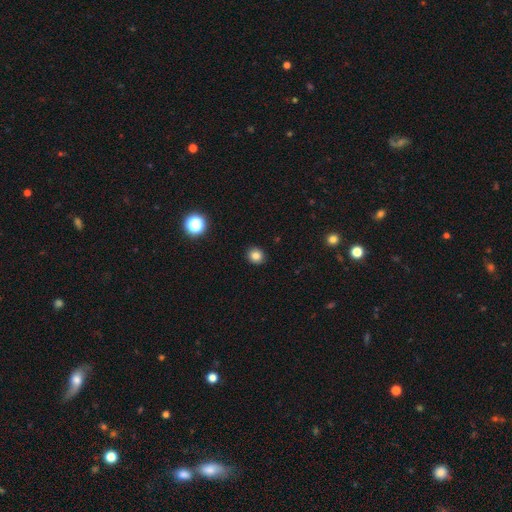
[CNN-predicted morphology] A smooth galaxy with no disk features (83%) that is round (85%). Merging: none (92%).